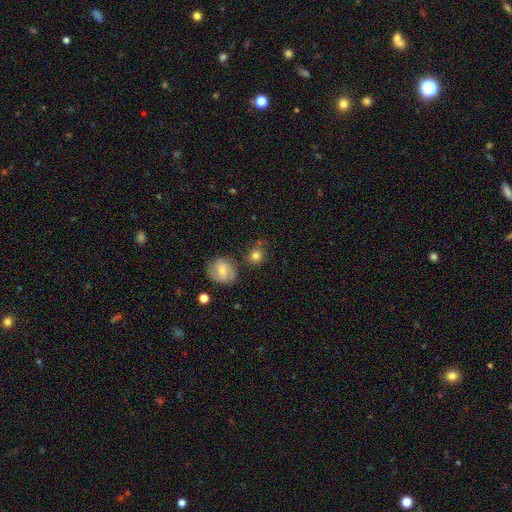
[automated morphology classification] Q: Smooth or featured?
A: smooth (73%); runner-up: featured or disk (18%)
Q: How rounded?
A: round (81%); runner-up: in between (17%)
Q: Merging?
A: none (71%); runner-up: minor disturbance (16%)